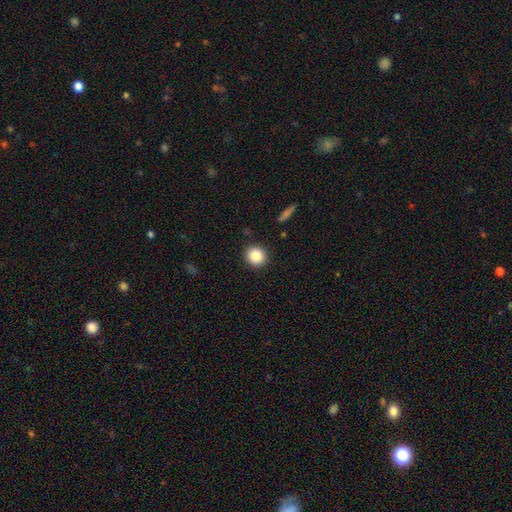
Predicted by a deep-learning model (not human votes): smooth_or_featured: smooth (p=0.86) [alt: star or artifact p=0.09]
how_rounded: round (p=0.90) [alt: in between p=0.09]
merging: none (p=0.90) [alt: minor disturbance p=0.06]